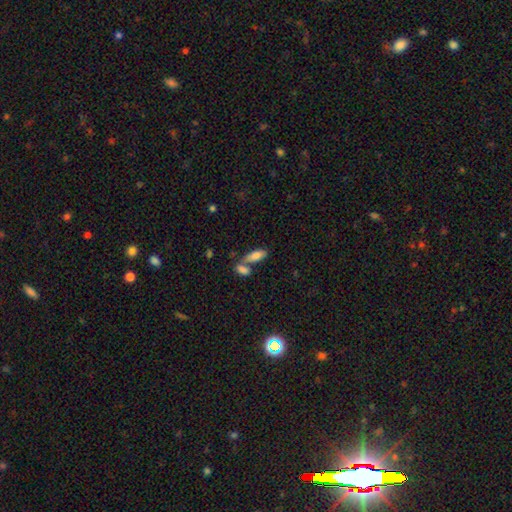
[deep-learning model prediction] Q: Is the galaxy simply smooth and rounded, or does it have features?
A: smooth — 81%.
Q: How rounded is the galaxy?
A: in between — 77%.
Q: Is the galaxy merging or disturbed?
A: none — 45%.